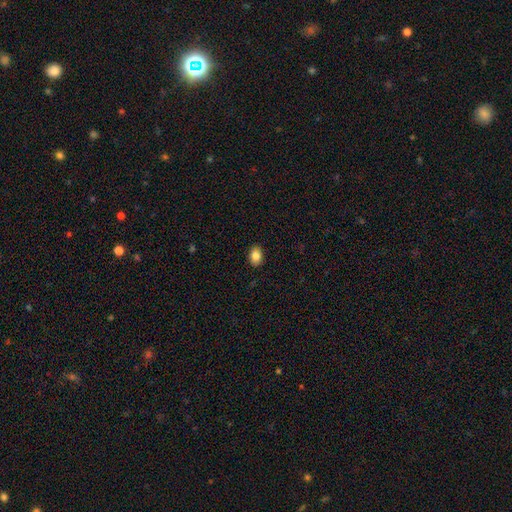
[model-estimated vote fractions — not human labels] The model was most divided on "how rounded": in between: 80%, round: 19%, cigar-shaped: 1%. More confident: merging — none (90%); smooth or featured — smooth (85%).